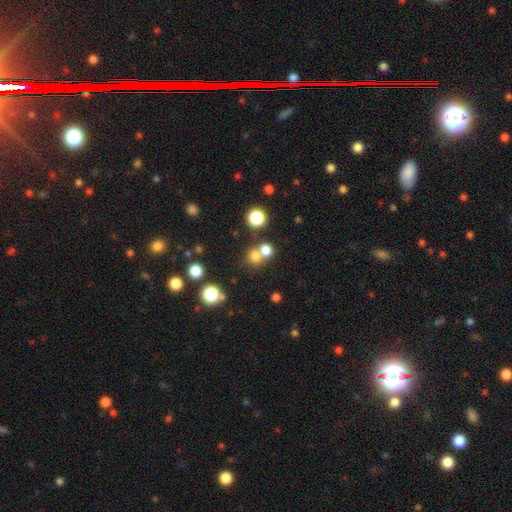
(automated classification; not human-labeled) smooth 72%, star or artifact 20%, featured or disk 8%. Down the decision tree: how rounded — round (85%); merging — none (57%).